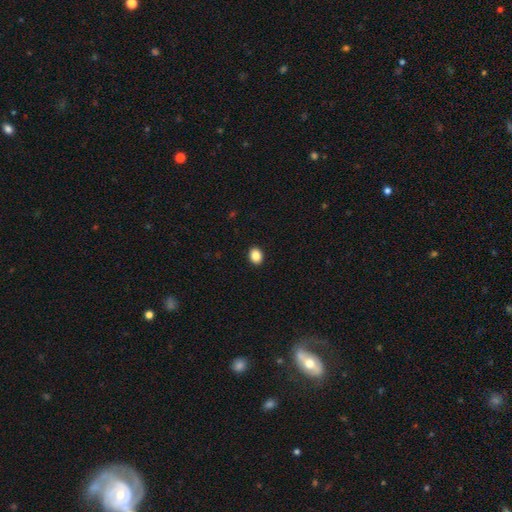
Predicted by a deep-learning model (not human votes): smooth_or_featured: smooth (p=0.86) [alt: star or artifact p=0.09]
how_rounded: round (p=0.50) [alt: in between p=0.49]
merging: none (p=0.92) [alt: minor disturbance p=0.05]